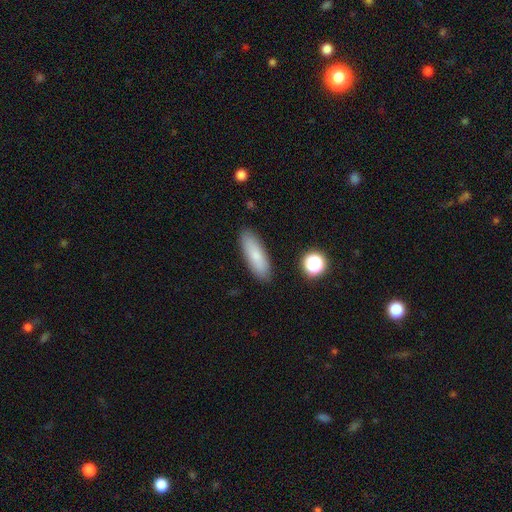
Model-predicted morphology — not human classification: type=smooth (79%); roundness=in between (49%, tied with cigar-shaped); merging=none (87%).